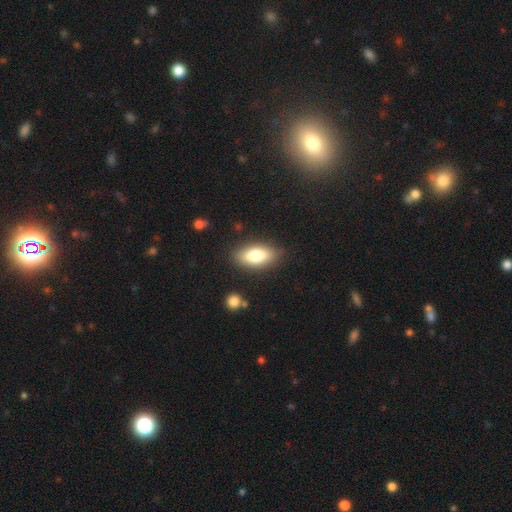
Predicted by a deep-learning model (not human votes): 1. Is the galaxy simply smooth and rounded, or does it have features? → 80% smooth, 13% featured or disk, 7% star or artifact.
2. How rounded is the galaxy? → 87% in between, 9% cigar-shaped, 4% round.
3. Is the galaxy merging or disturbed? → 84% none, 11% minor disturbance, 3% major disturbance, 2% merger.